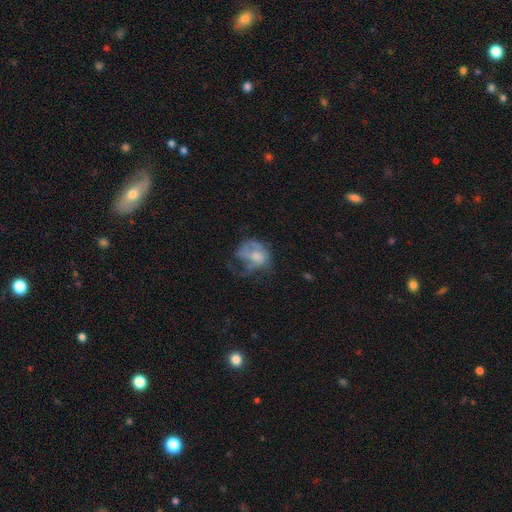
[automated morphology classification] This appears to be a featured or disk galaxy (51%) with no bar (73%), no spiral arms (52%) and a moderate central bulge (38%). Merging: major disturbance (48%).